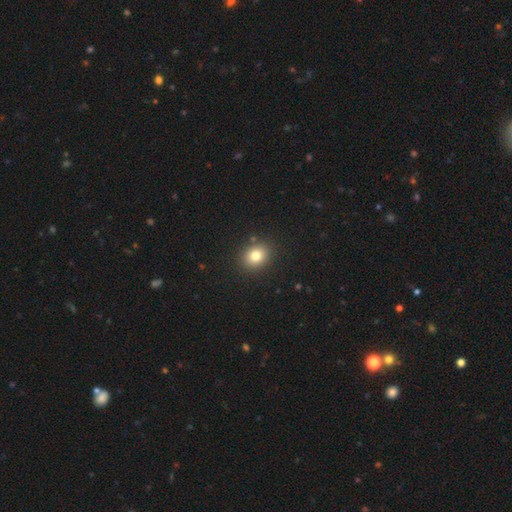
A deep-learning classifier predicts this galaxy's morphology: This appears to be a smooth galaxy with no disk features (79%) that is round (58%). Merging: none (88%).